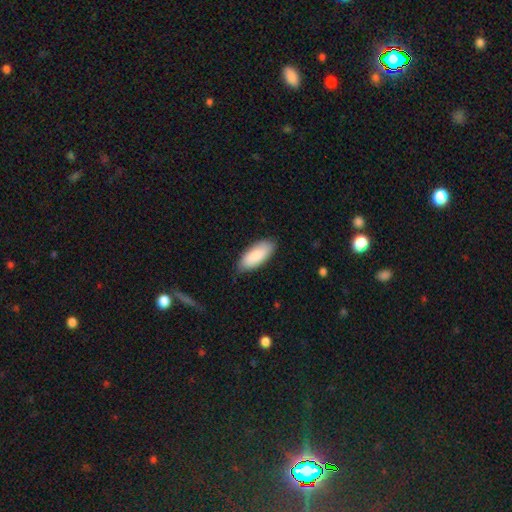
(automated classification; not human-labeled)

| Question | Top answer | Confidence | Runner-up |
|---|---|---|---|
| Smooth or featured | smooth | 88% | featured or disk (7%) |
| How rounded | in between | 85% | cigar-shaped (13%) |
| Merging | none | 80% | minor disturbance (16%) |